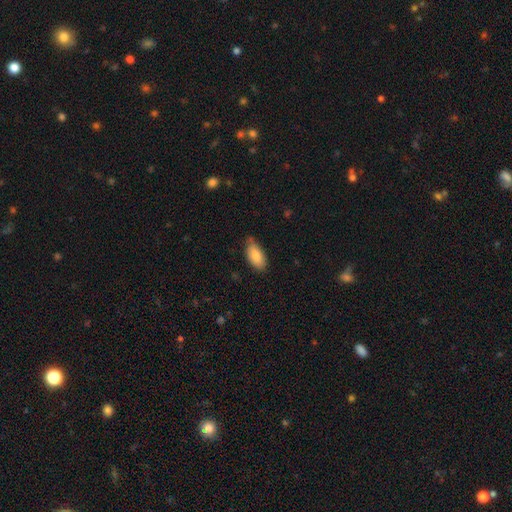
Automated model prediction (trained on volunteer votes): Smooth or featured? Predicted: smooth (p=0.85). How rounded? Predicted: in between (p=0.91). Merging? Predicted: none (p=0.67).